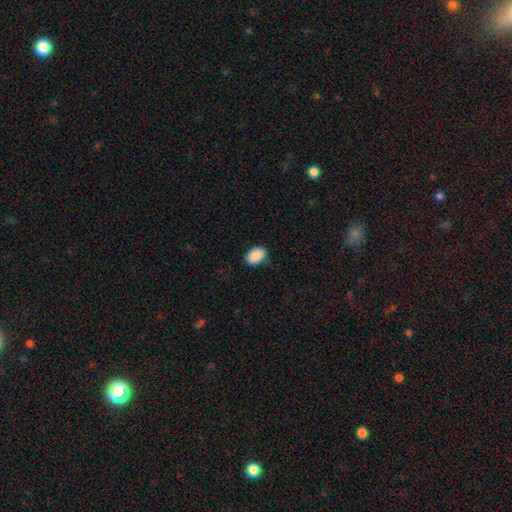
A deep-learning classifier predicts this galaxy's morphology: type=smooth (90%); roundness=in between (88%); merging=none (83%).